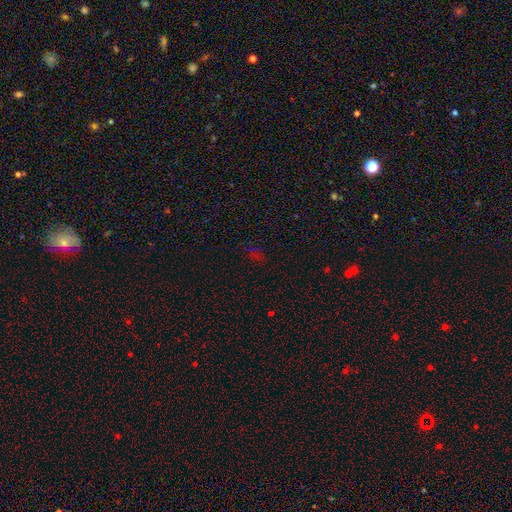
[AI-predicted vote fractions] star or artifact 54%, smooth 39%, featured or disk 7%.